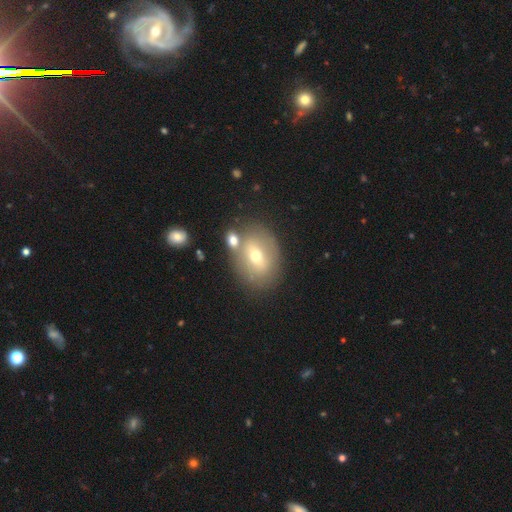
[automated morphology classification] Smooth or featured?
  - smooth: 51% *
  - featured or disk: 39%
  - star or artifact: 10%
How rounded?
  - in between: 63% *
  - round: 35%
  - cigar-shaped: 1%
Merging?
  - none: 68% *
  - merger: 14%
  - minor disturbance: 13%
  - major disturbance: 5%